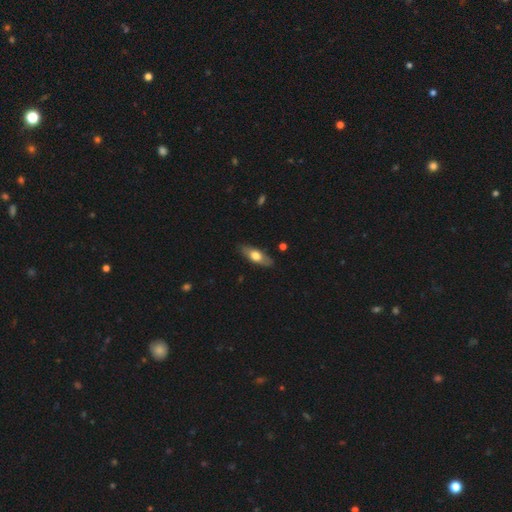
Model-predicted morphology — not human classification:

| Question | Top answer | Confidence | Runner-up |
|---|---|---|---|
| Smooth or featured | smooth | 61% | featured or disk (34%) |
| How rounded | in between | 67% | cigar-shaped (30%) |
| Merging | none | 85% | minor disturbance (11%) |